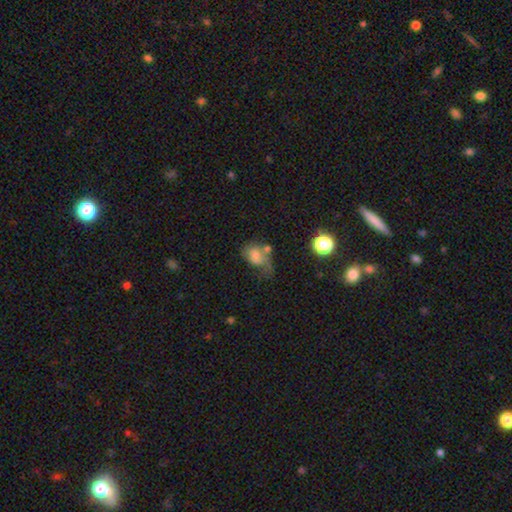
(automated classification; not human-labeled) smooth 60%, featured or disk 29%, star or artifact 11%. Down the decision tree: how rounded — in between (67%); merging — major disturbance (35%).